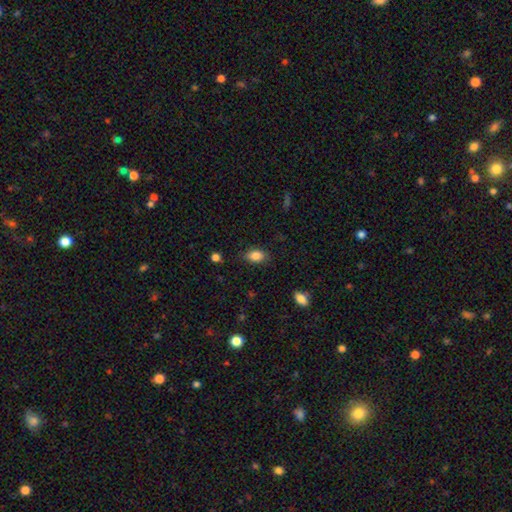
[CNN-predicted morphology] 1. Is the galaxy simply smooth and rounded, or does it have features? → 86% smooth, 8% star or artifact, 6% featured or disk.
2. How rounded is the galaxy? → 87% in between, 11% round, 2% cigar-shaped.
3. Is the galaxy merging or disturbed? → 81% none, 14% minor disturbance, 3% major disturbance, 1% merger.